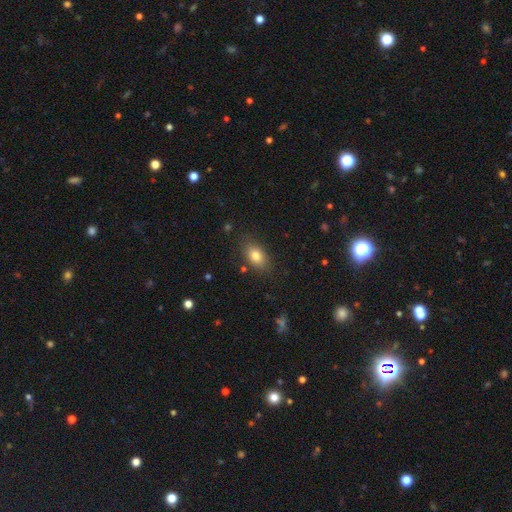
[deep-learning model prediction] Overall: smooth (80%). How rounded: in between (84%). Merging: none (83%).